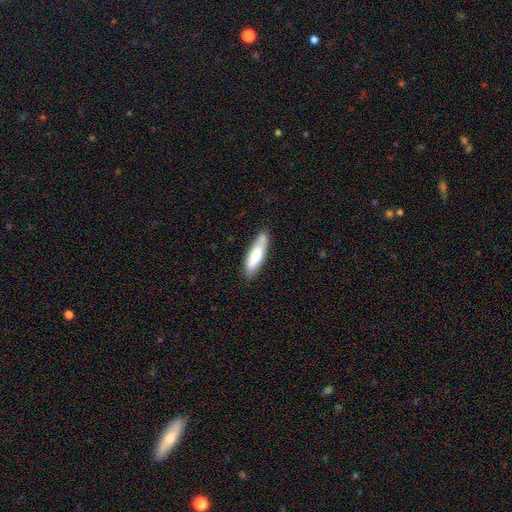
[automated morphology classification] A smooth galaxy with no disk features (76%) that is cigar-shaped (65%).

Vote fractions:
- Smooth or featured? smooth: 76% / featured or disk: 18% / star or artifact: 6%
- How rounded? cigar-shaped: 65% / in between: 34% / round: 1%
- Merging? none: 67% / minor disturbance: 22% / merger: 7% / major disturbance: 4%